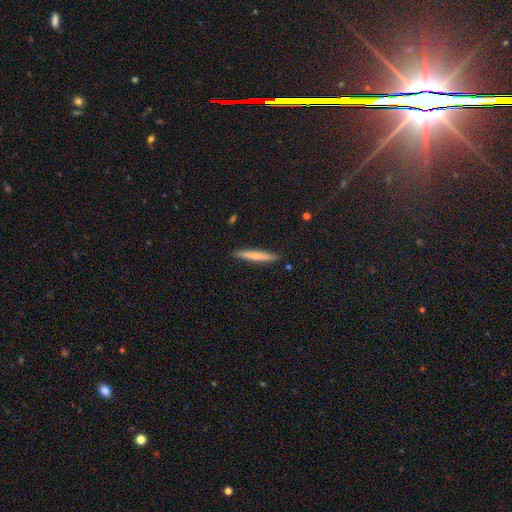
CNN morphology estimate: Smooth or featured? smooth (63%)
How rounded? cigar-shaped (95%)
Merging? none (90%)